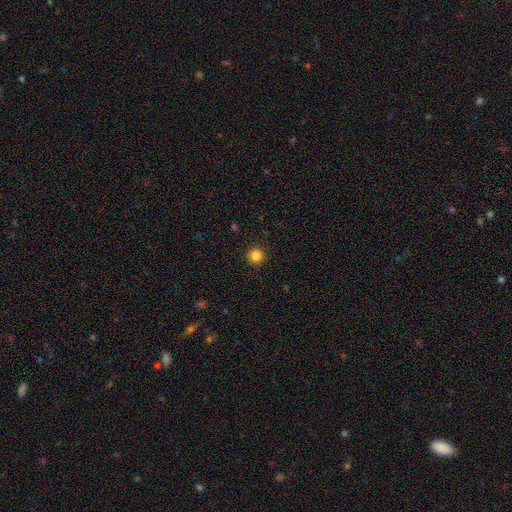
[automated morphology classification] Smooth or featured? smooth (85%)
How rounded? round (96%)
Merging? none (93%)